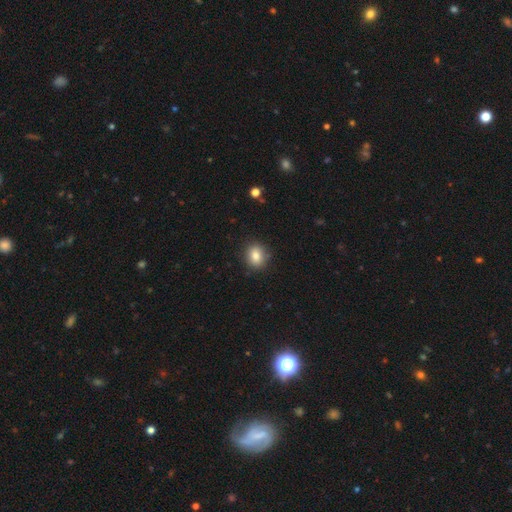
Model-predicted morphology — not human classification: Q: Smooth or featured?
A: smooth (82%); runner-up: star or artifact (10%)
Q: How rounded?
A: round (67%); runner-up: in between (32%)
Q: Merging?
A: none (87%); runner-up: minor disturbance (10%)